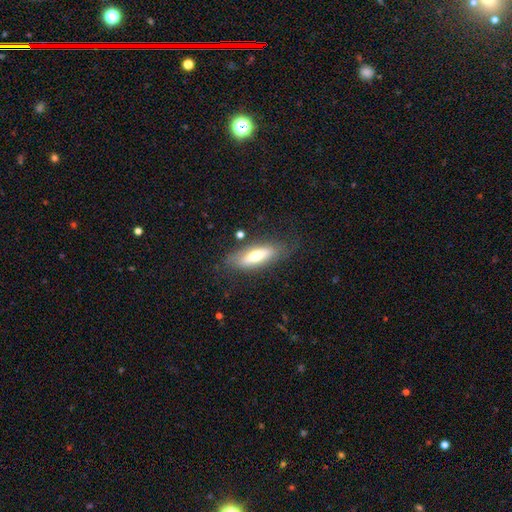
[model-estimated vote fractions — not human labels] Smooth or featured? Predicted: smooth (p=0.60). How rounded? Predicted: in between (p=0.60). Merging? Predicted: none (p=0.72).